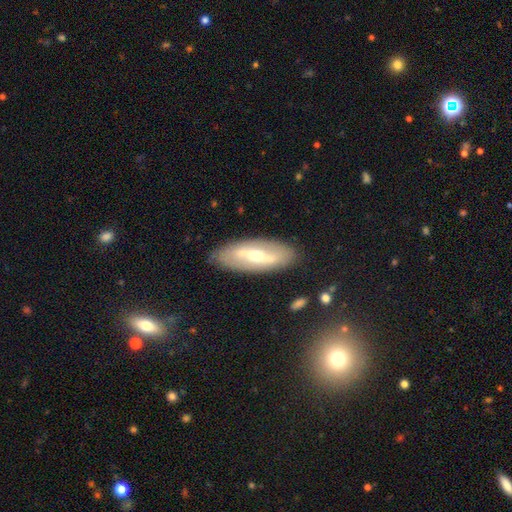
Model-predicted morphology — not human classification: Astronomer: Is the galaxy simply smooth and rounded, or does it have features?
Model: featured or disk — 71%.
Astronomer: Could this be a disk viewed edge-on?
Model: no — 79%.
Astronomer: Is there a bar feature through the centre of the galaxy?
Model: strong — 51% (runner-up: weak, 31%).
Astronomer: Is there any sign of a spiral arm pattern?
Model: yes — 52% (runner-up: no, 48%).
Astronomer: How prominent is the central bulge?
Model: moderate — 61%.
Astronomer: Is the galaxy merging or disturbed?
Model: none — 86%.